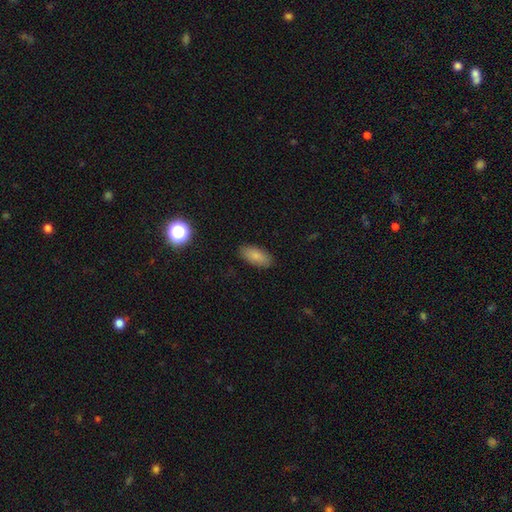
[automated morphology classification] Smooth or featured: smooth — 84% (featured or disk — 8%)
How rounded: in between — 89% (cigar-shaped — 9%)
Merging: none — 87% (minor disturbance — 9%)